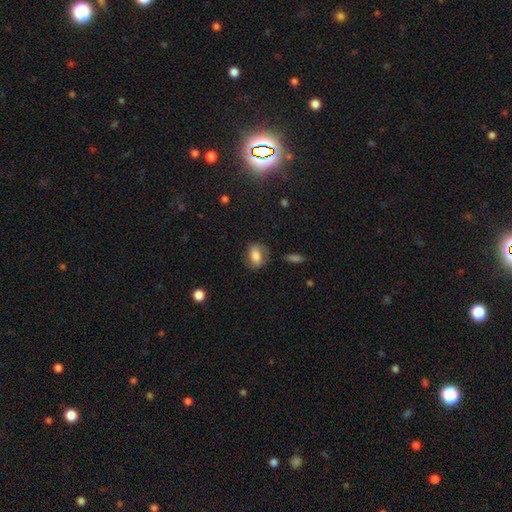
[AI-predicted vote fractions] Smooth or featured?
  - smooth: 68% *
  - featured or disk: 23%
  - star or artifact: 9%
How rounded?
  - in between: 76% *
  - round: 21%
  - cigar-shaped: 3%
Merging?
  - none: 66% *
  - minor disturbance: 22%
  - major disturbance: 10%
  - merger: 3%